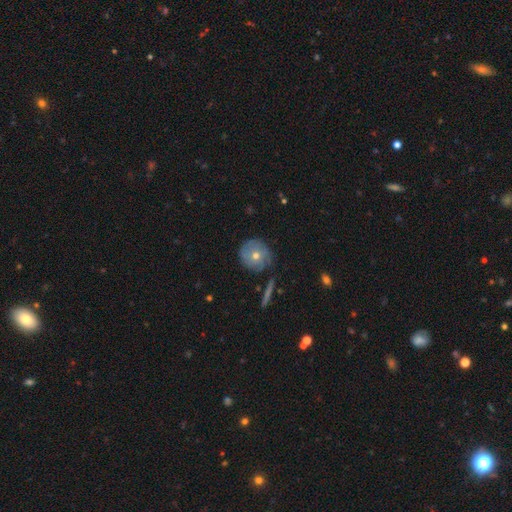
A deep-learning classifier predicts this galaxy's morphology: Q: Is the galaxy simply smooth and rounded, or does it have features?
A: featured or disk — 47%.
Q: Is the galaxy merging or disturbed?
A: none — 78%.